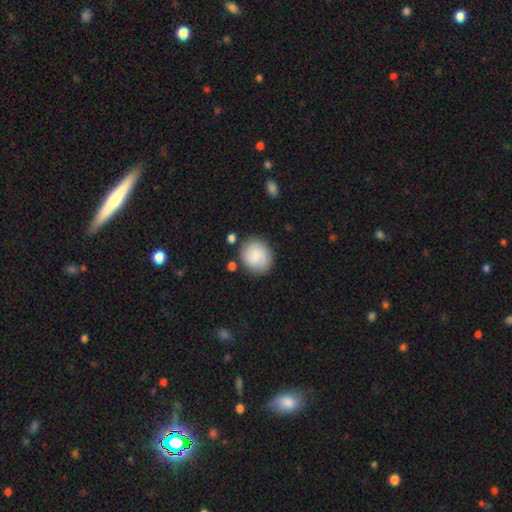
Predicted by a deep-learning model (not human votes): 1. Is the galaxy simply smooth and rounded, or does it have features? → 62% smooth, 31% featured or disk, 7% star or artifact.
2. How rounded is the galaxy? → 75% round, 24% in between, 1% cigar-shaped.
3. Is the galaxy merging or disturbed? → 80% none, 13% minor disturbance, 4% major disturbance, 3% merger.